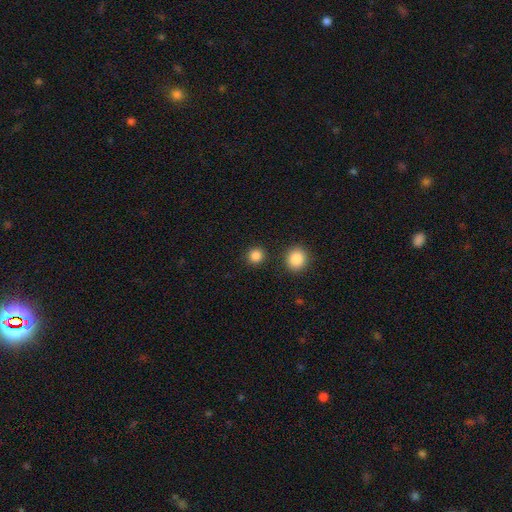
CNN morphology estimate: This appears to be a smooth galaxy with no disk features (86%) that is round (92%). Merging: none (88%).